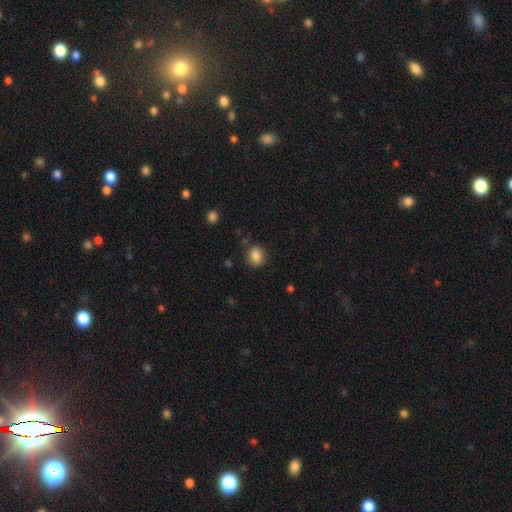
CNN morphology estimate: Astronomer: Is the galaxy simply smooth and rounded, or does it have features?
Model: smooth — 85%.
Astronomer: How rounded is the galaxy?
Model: round — 73%.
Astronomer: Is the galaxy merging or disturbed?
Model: none — 84%.